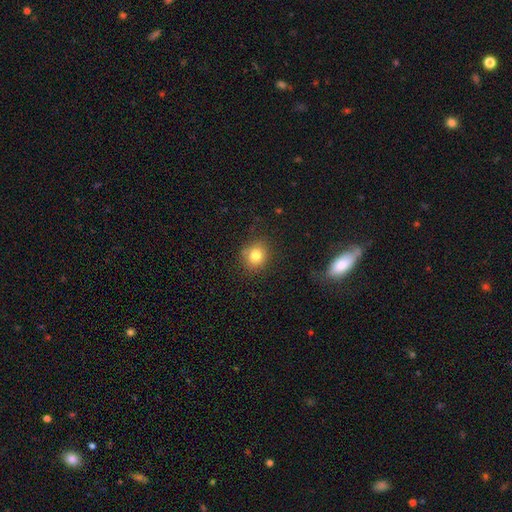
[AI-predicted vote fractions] Morphology: type=smooth (81%); roundness=round (80%); merging=none (81%).